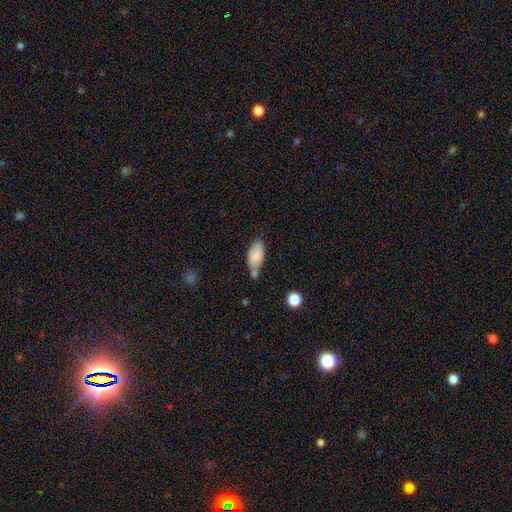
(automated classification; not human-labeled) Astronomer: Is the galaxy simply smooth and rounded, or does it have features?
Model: smooth — 80%.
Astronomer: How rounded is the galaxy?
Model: in between — 90%.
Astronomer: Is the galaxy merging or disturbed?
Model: none — 51%.